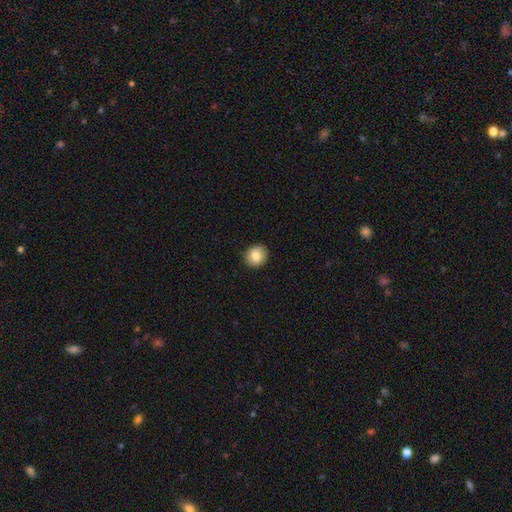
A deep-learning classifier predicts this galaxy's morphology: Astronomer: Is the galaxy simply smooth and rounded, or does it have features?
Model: smooth — 83%.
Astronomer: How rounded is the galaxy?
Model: round — 75%.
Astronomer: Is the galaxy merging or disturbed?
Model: none — 90%.